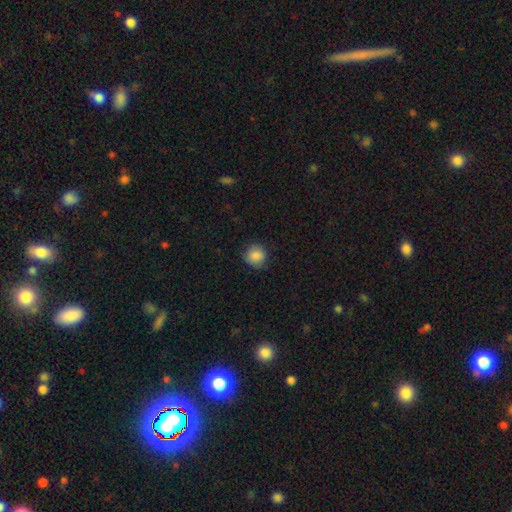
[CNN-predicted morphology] A smooth galaxy with no disk features (87%) that is round (89%). Merging: none (85%).